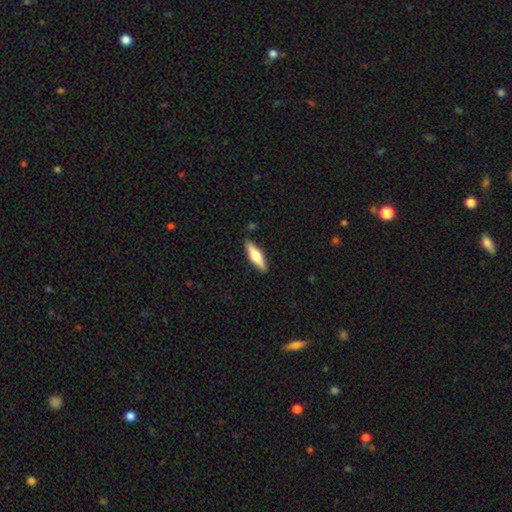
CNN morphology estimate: Smooth or featured?
  - smooth: 49% *
  - featured or disk: 46%
  - star or artifact: 5%
Merging?
  - none: 89% *
  - minor disturbance: 8%
  - major disturbance: 2%
  - merger: 1%